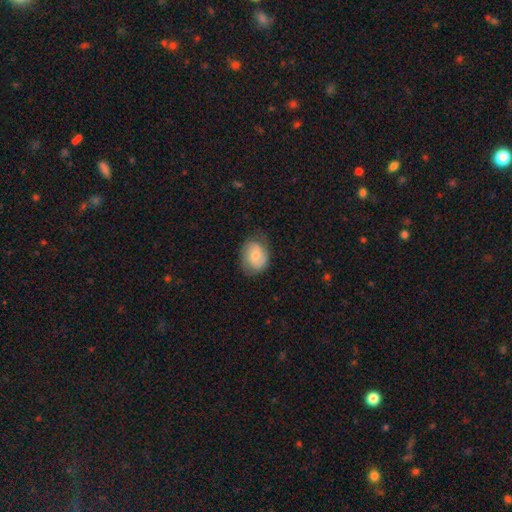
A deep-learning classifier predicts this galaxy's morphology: Smooth or featured: featured or disk — 51% (smooth — 42%)
Edge-on disk: no — 97% (yes — 3%)
Merging: none — 70% (minor disturbance — 22%)